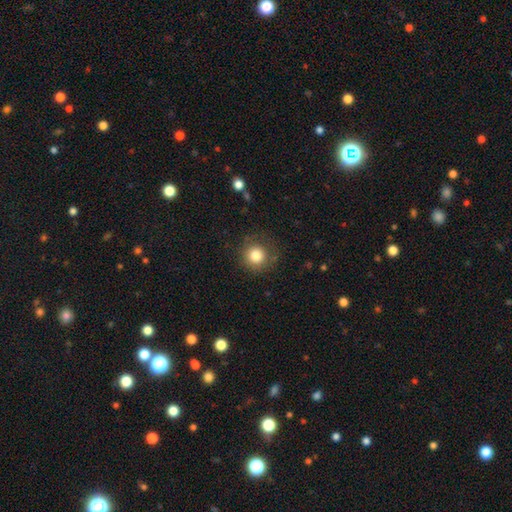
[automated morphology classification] smooth_or_featured: smooth (p=0.82) [alt: star or artifact p=0.11]
how_rounded: round (p=0.94) [alt: in between p=0.05]
merging: none (p=0.84) [alt: minor disturbance p=0.11]